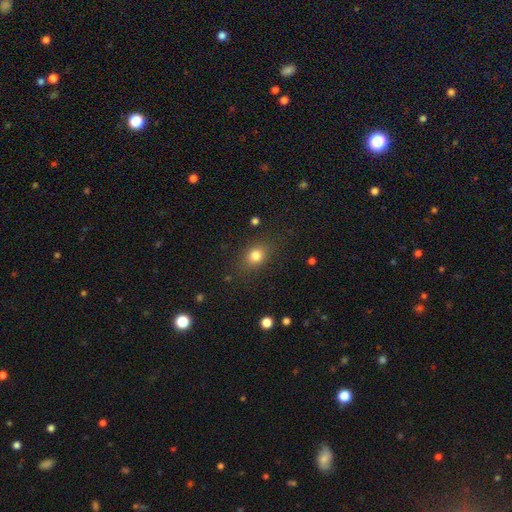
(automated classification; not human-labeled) A smooth galaxy with no disk features (80%) that is in between round and cigar-shaped (51%).

Vote fractions:
- Smooth or featured? smooth: 80% / star or artifact: 12% / featured or disk: 8%
- How rounded? in between: 51% / round: 47% / cigar-shaped: 2%
- Merging? none: 81% / minor disturbance: 12% / major disturbance: 5% / merger: 1%